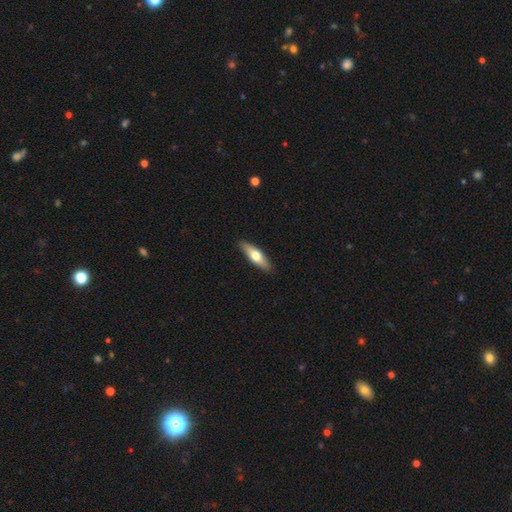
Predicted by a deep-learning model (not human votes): A smooth galaxy with no disk features (61%) that is cigar-shaped (54%). Merging: none (89%).